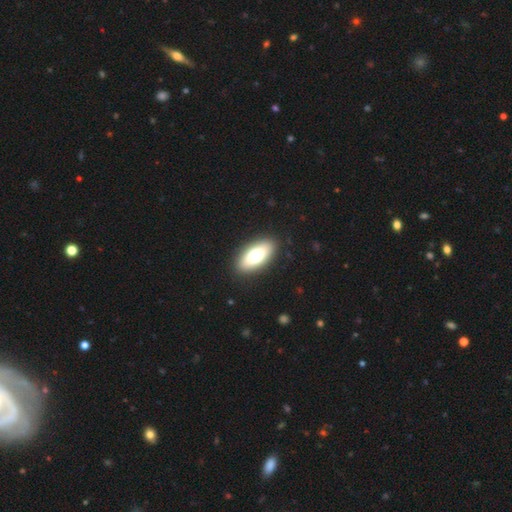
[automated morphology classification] Smooth or featured?
  - smooth: 73% *
  - featured or disk: 20%
  - star or artifact: 7%
How rounded?
  - in between: 87% *
  - cigar-shaped: 9%
  - round: 3%
Merging?
  - none: 90% *
  - minor disturbance: 7%
  - major disturbance: 2%
  - merger: 1%